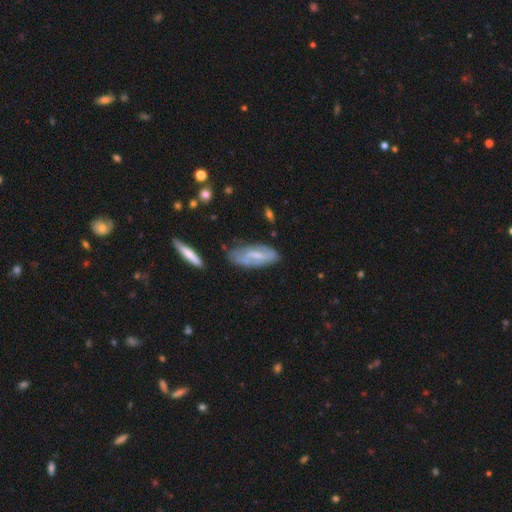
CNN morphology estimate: Smooth or featured? Predicted: featured or disk (p=0.56). Edge-on disk? Predicted: no (p=0.87). Merging? Predicted: none (p=0.65).